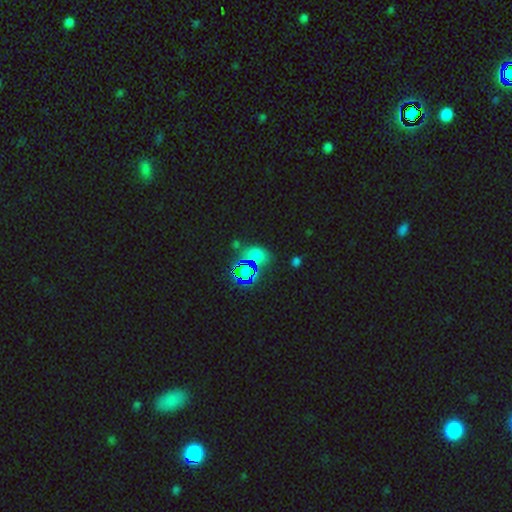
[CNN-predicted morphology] Smooth or featured? smooth (49%)
Merging? none (63%)